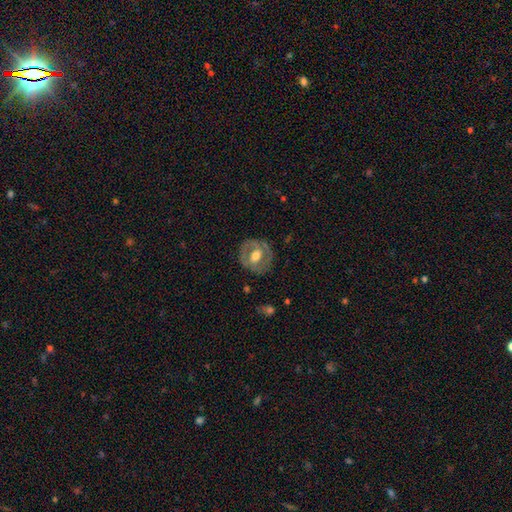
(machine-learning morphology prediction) featured or disk 58%, smooth 36%, star or artifact 6%. Down the decision tree: edge-on disk — no (95%); bar — no (52%); spiral arms — no (66%); bulge size — moderate (65%); merging — none (77%).